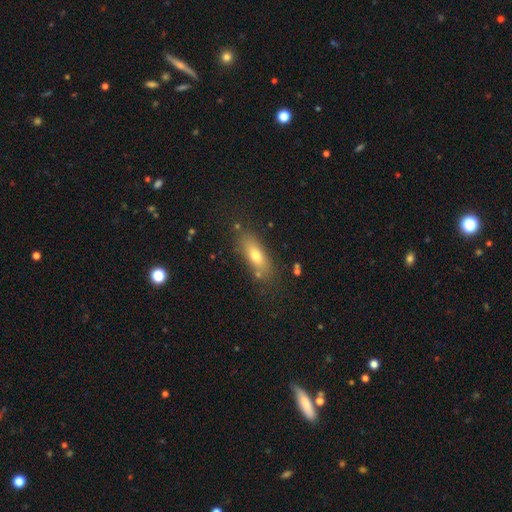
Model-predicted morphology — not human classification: smooth_or_featured: smooth (p=0.66) [alt: featured or disk p=0.23]
how_rounded: in between (p=0.61) [alt: cigar-shaped p=0.34]
merging: none (p=0.77) [alt: minor disturbance p=0.14]